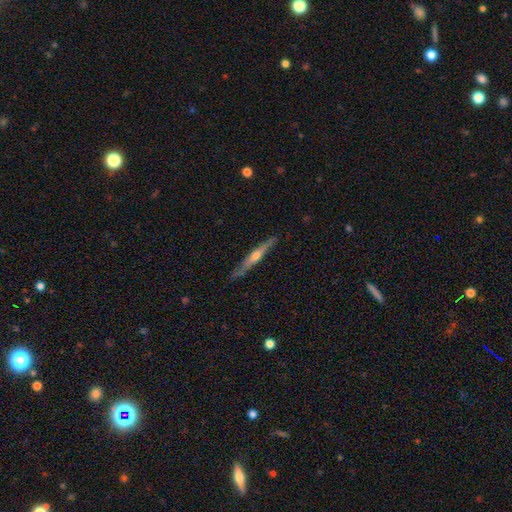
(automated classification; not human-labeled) Smooth or featured?
  - featured or disk: 68% *
  - smooth: 26%
  - star or artifact: 6%
Edge-on disk?
  - yes: 96% *
  - no: 4%
Edge-on bulge?
  - rounded: 83% *
  - none: 13%
  - boxy: 4%
Merging?
  - none: 84% *
  - minor disturbance: 13%
  - major disturbance: 2%
  - merger: 1%